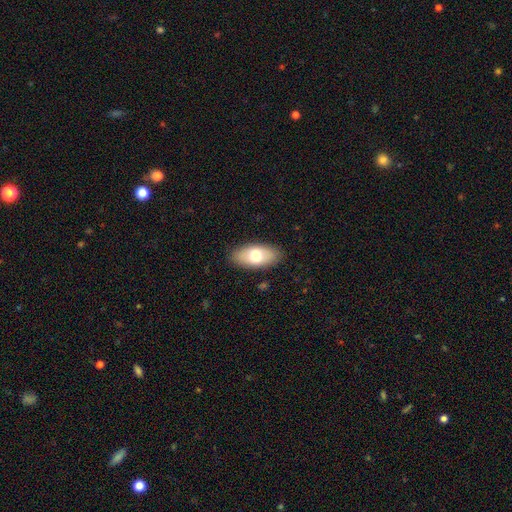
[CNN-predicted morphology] A smooth galaxy with no disk features (70%) that is in between round and cigar-shaped (91%). Merging: none (87%).